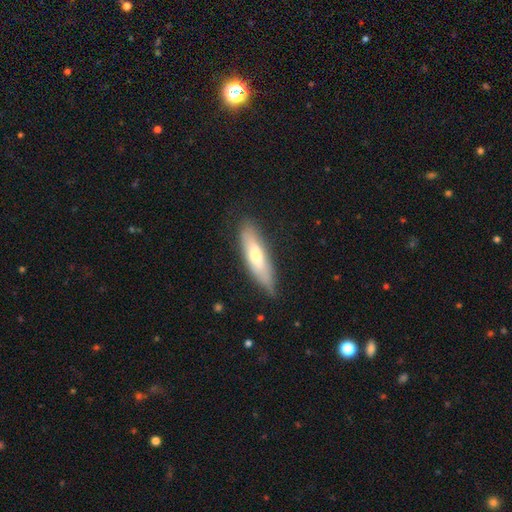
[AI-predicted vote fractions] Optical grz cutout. It shows a smooth galaxy with no disk features (58%) that is cigar-shaped (63%). Merging: none (73%).